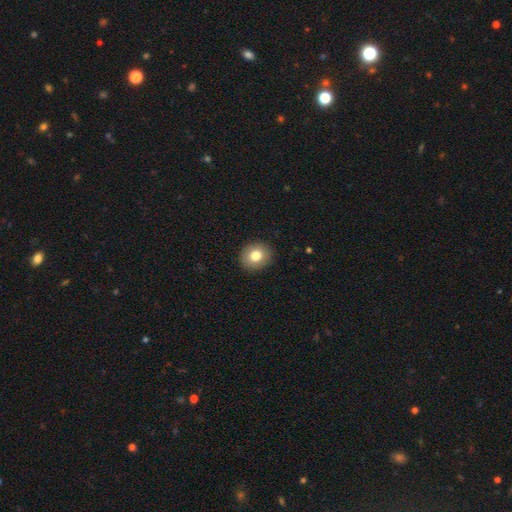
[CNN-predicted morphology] type=smooth (79%); roundness=round (74%); merging=none (91%).